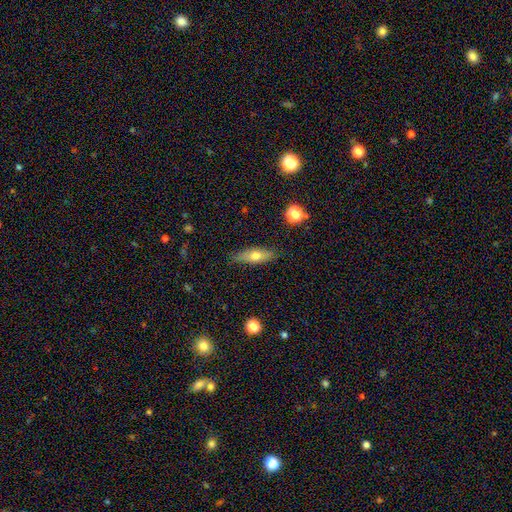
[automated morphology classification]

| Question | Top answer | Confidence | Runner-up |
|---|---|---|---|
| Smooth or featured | smooth | 61% | featured or disk (32%) |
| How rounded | in between | 50% | cigar-shaped (47%) |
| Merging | none | 84% | minor disturbance (12%) |